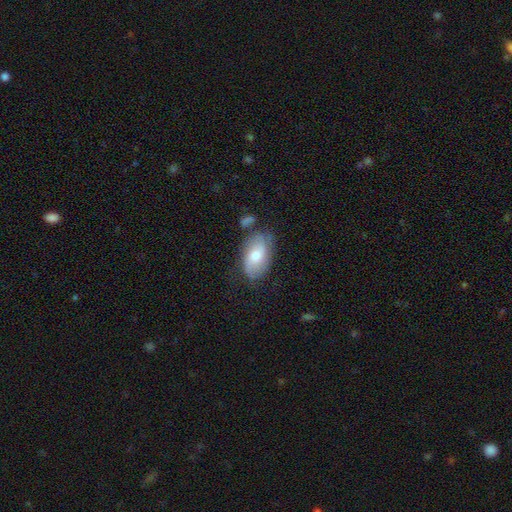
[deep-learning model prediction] Smooth or featured? smooth (53%)
How rounded? in between (91%)
Merging? none (64%)